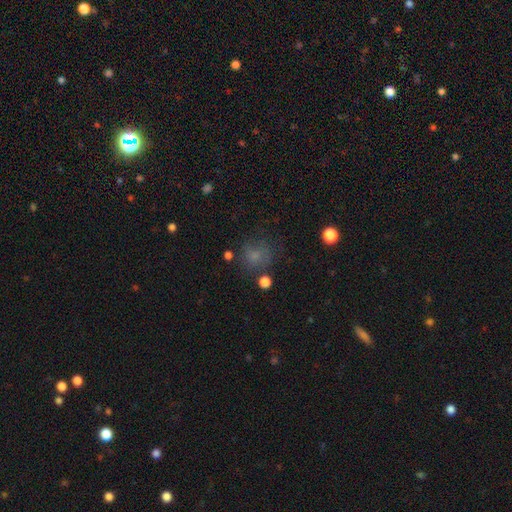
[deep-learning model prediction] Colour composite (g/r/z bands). It shows a smooth galaxy with no disk features (69%) that is round (79%). Merging: none (63%).